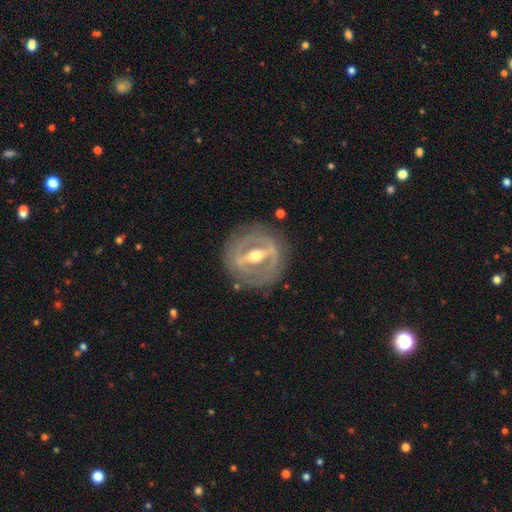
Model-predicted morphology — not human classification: featured or disk 81%, smooth 12%, star or artifact 7%. Down the decision tree: edge-on disk — no (78%); bar — strong (73%); spiral arms — no (55%); bulge size — moderate (69%); merging — none (82%).